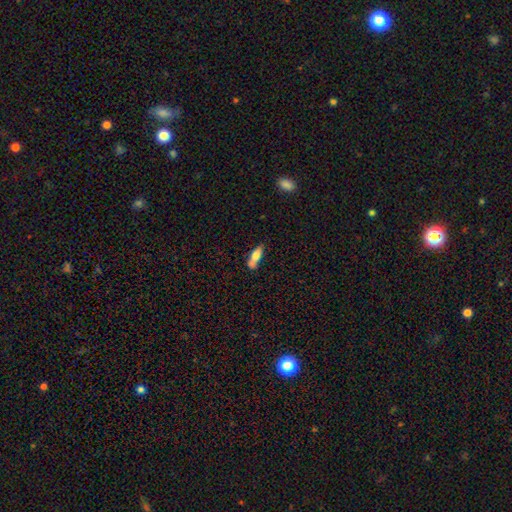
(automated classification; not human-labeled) Smooth or featured?
  - smooth: 70% *
  - featured or disk: 23%
  - star or artifact: 7%
How rounded?
  - in between: 58% *
  - cigar-shaped: 39%
  - round: 3%
Merging?
  - none: 47% *
  - minor disturbance: 25%
  - merger: 19%
  - major disturbance: 9%